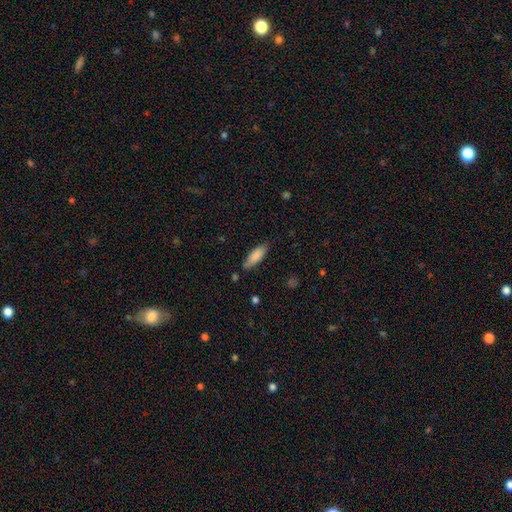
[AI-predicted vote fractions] Smooth or featured? smooth (84%)
How rounded? in between (54%)
Merging? none (80%)